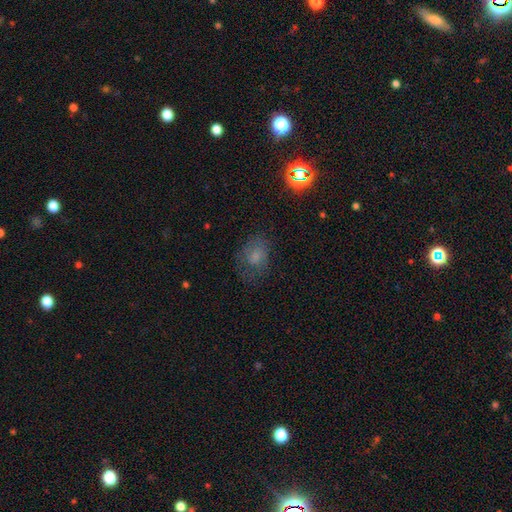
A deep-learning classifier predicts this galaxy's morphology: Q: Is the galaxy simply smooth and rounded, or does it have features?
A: smooth — 59%.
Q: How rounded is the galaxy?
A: in between — 62%.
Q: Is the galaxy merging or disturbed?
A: none — 60%.